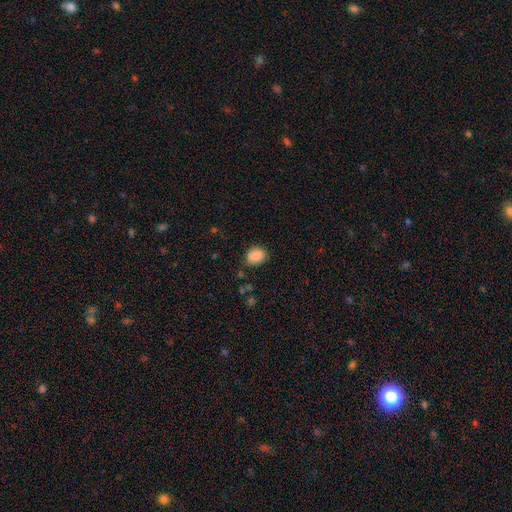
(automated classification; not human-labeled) A smooth galaxy with no disk features (88%) that is round (51%).

Vote fractions:
- Smooth or featured? smooth: 88% / star or artifact: 8% / featured or disk: 4%
- How rounded? round: 51% / in between: 48% / cigar-shaped: 1%
- Merging? none: 79% / minor disturbance: 16% / major disturbance: 3% / merger: 2%